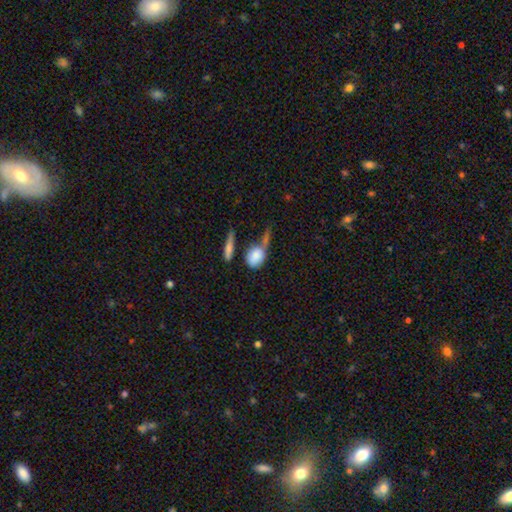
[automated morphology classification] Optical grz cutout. It shows a smooth galaxy with no disk features (78%) that is in between round and cigar-shaped (58%). Merging: none (33%).